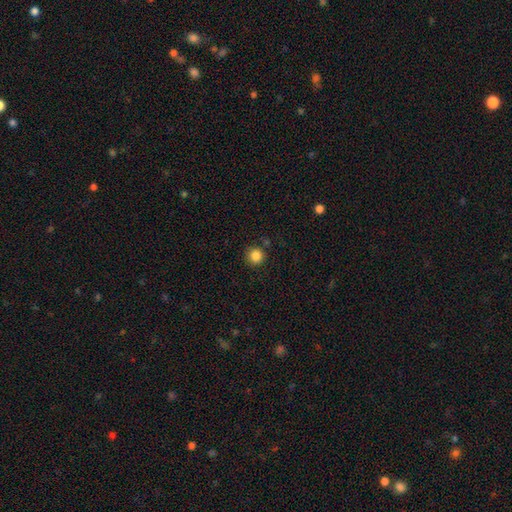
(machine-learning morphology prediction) Smooth or featured: smooth — 85% (star or artifact — 11%)
How rounded: round — 94% (in between — 5%)
Merging: none — 87% (minor disturbance — 7%)